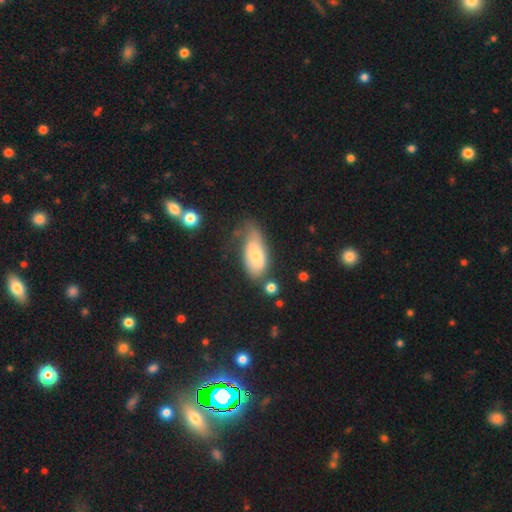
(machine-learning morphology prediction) A smooth galaxy with no disk features (58%) that is in between round and cigar-shaped (89%). Merging: none (37%).